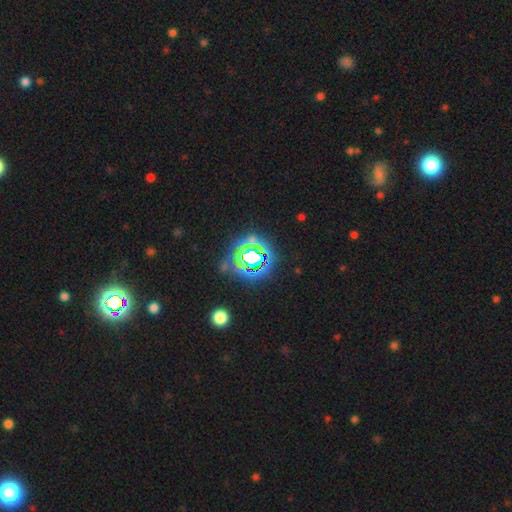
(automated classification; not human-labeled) Smooth or featured: star or artifact — 70% (smooth — 17%)